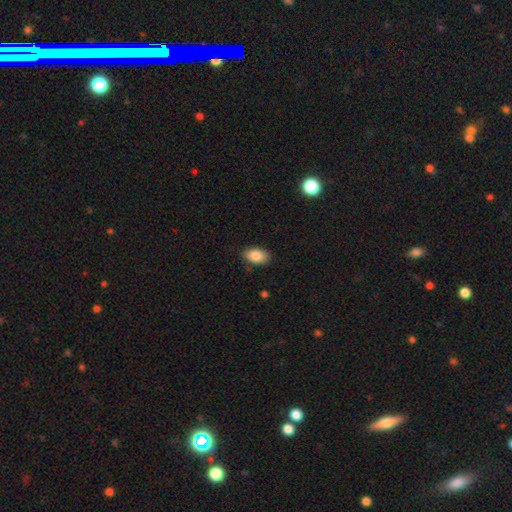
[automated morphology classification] Overall: smooth (87%). How rounded: in between (90%). Merging: none (85%).